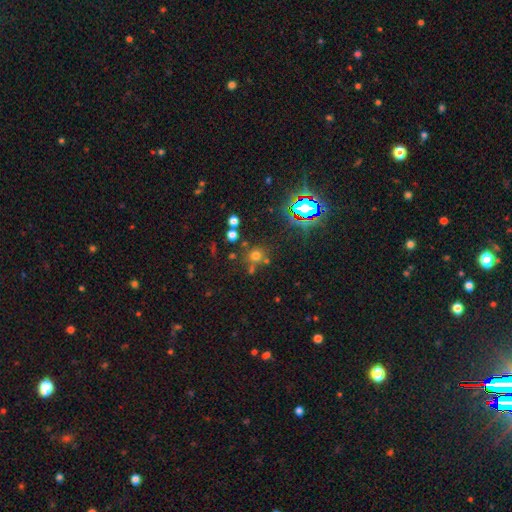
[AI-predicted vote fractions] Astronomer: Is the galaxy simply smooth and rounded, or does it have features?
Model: smooth — 60%.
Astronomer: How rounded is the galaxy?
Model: round — 89%.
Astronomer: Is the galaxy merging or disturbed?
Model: none — 70%.